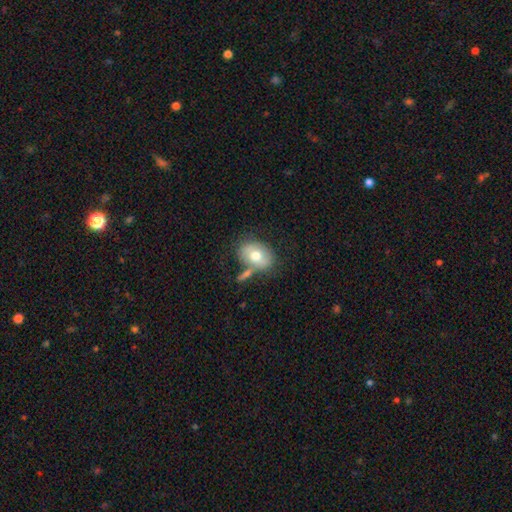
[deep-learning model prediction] smooth-or-featured: smooth: 69% | featured or disk: 24% | star or artifact: 7%
  how-rounded: in between: 72% | round: 26% | cigar-shaped: 1%
  merging: none: 57% | merger: 20% | minor disturbance: 17% | major disturbance: 6%